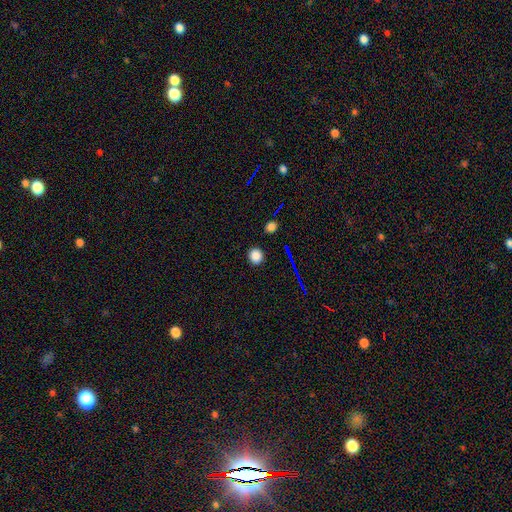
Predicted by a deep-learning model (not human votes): smooth_or_featured: smooth (p=0.82) [alt: star or artifact p=0.14]
how_rounded: round (p=0.90) [alt: in between p=0.09]
merging: none (p=0.90) [alt: minor disturbance p=0.06]